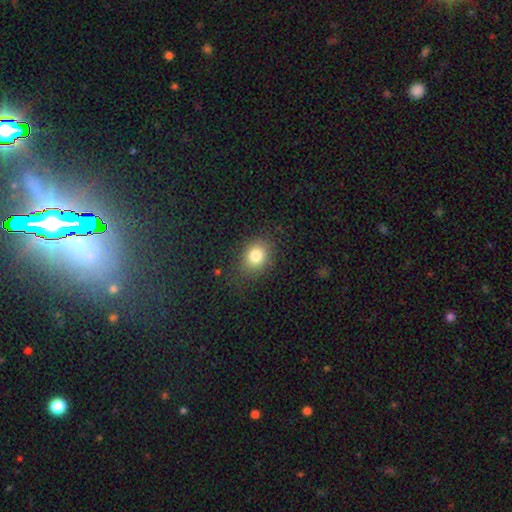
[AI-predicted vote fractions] This appears to be a smooth galaxy with no disk features (81%) that is in between round and cigar-shaped (51%). Merging: none (79%).